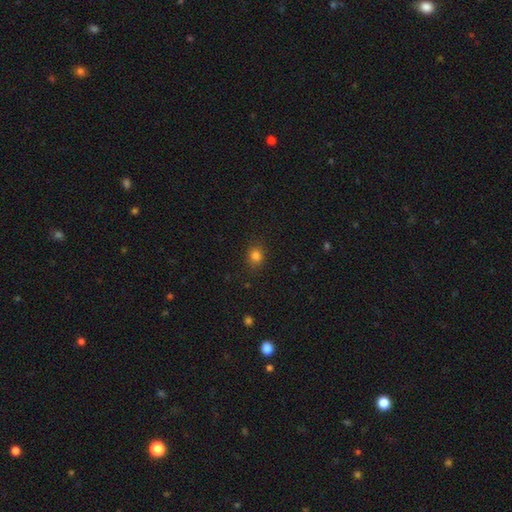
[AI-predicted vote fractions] Smooth or featured: smooth — 81% (star or artifact — 14%)
How rounded: round — 67% (in between — 32%)
Merging: none — 85% (minor disturbance — 11%)